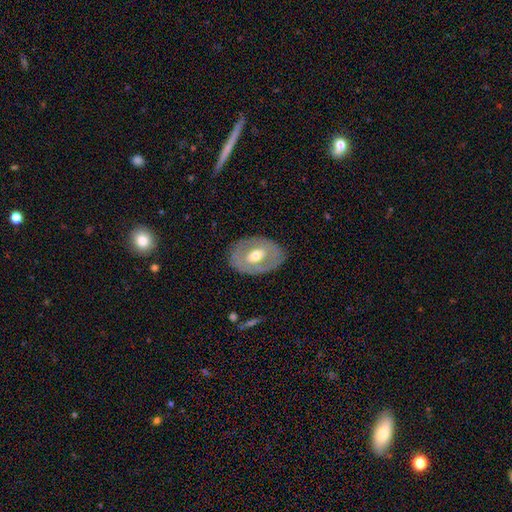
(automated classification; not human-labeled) Smooth or featured? Predicted: featured or disk (p=0.53). Edge-on disk? Predicted: no (p=0.90). Merging? Predicted: none (p=0.81).